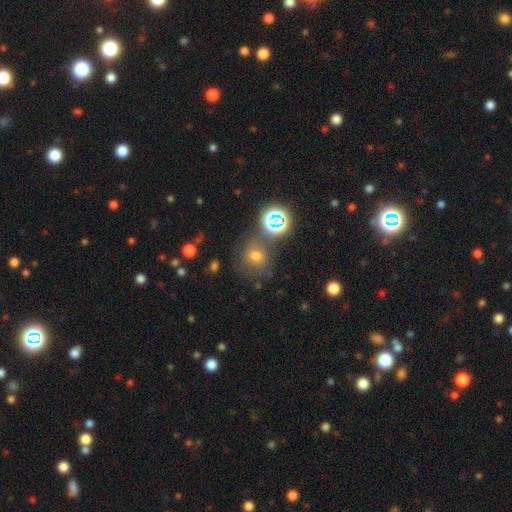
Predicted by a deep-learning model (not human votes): Overall: smooth (54%; star or artifact 30%). How rounded: round (76%). Merging: none (64%).